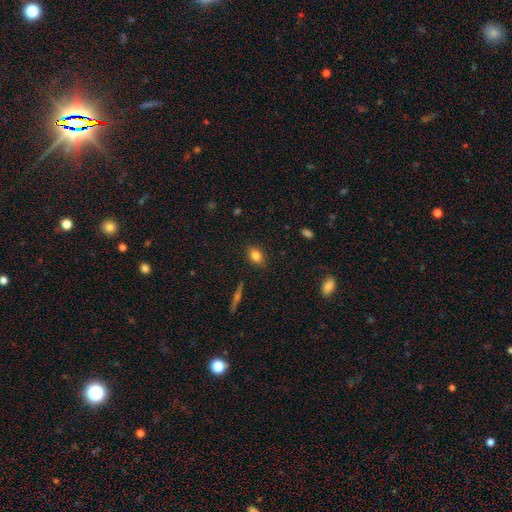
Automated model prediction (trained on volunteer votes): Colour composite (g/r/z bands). It shows a smooth galaxy with no disk features (82%) that is in between round and cigar-shaped (72%). Merging: none (86%).